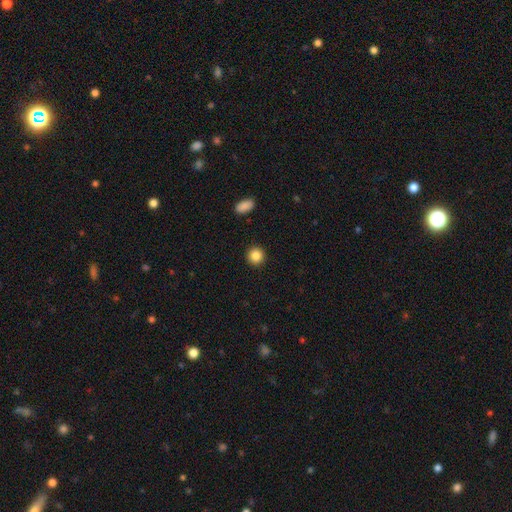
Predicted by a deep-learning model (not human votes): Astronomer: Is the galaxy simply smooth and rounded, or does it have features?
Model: smooth — 86%.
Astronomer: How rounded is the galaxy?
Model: round — 93%.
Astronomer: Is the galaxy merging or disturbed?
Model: none — 93%.